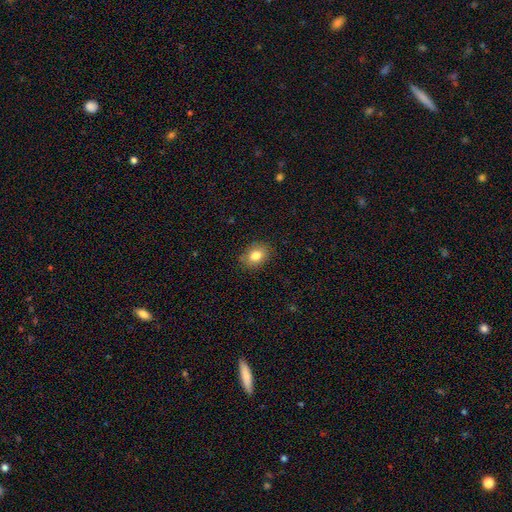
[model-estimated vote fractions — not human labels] This is clearly a smooth galaxy (82%). How rounded: likely in between (61%). Merging: clearly none (86%).